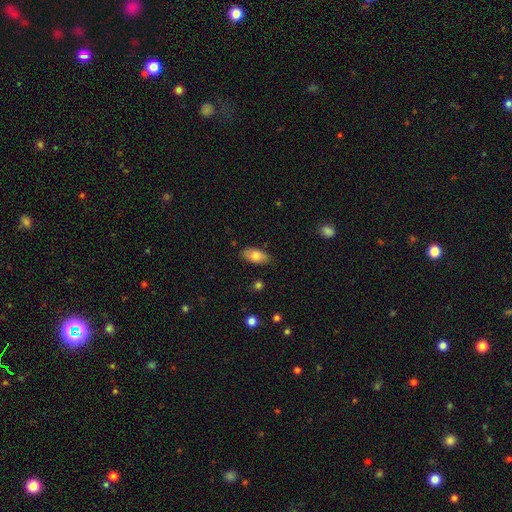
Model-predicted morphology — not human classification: A smooth galaxy with no disk features (79%) that is in between round and cigar-shaped (91%). Merging: none (82%).